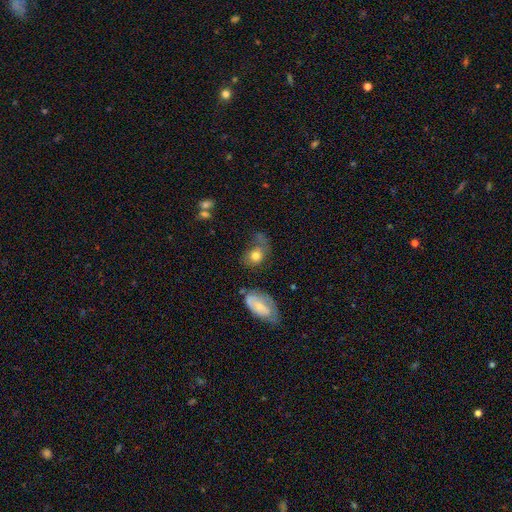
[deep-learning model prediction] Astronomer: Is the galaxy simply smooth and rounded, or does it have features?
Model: smooth — 71%.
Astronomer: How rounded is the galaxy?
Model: in between — 52% (runner-up: round, 46%).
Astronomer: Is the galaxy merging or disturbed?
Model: none — 37% (runner-up: major disturbance, 25%).